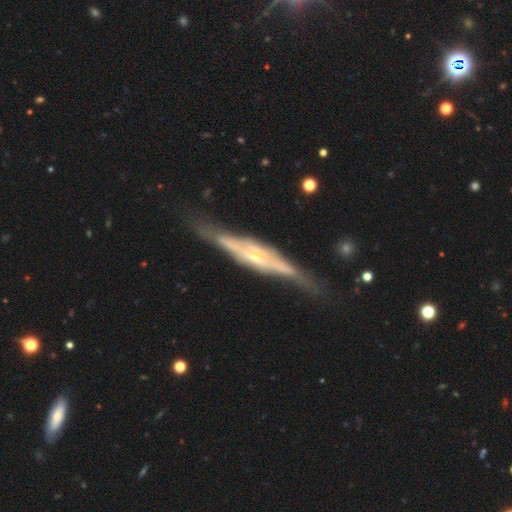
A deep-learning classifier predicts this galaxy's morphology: smooth-or-featured: featured or disk: 82% | smooth: 12% | star or artifact: 6%
  disk-edge-on: yes: 91% | no: 9%
    edge-on-bulge: rounded: 56% | boxy: 32% | none: 12%
  merging: none: 74% | minor disturbance: 18% | major disturbance: 6% | merger: 2%